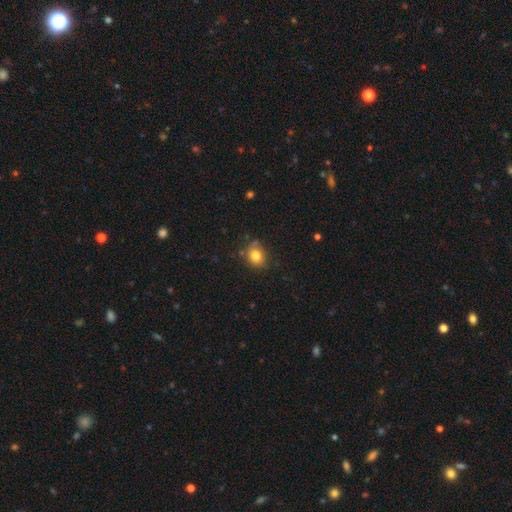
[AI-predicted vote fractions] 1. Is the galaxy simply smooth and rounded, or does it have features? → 80% smooth, 11% star or artifact, 9% featured or disk.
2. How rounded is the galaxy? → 64% round, 35% in between, 1% cigar-shaped.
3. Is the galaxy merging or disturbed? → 72% none, 18% minor disturbance, 5% merger, 4% major disturbance.